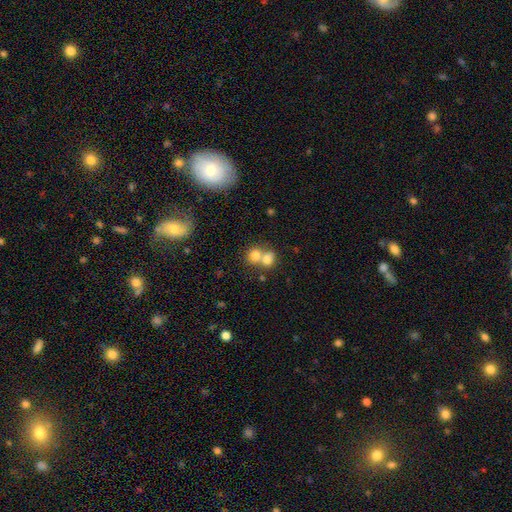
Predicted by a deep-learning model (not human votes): Overall: smooth (76%). How rounded: round (67%; in between 32%). Merging: merger (61%; none 30%).